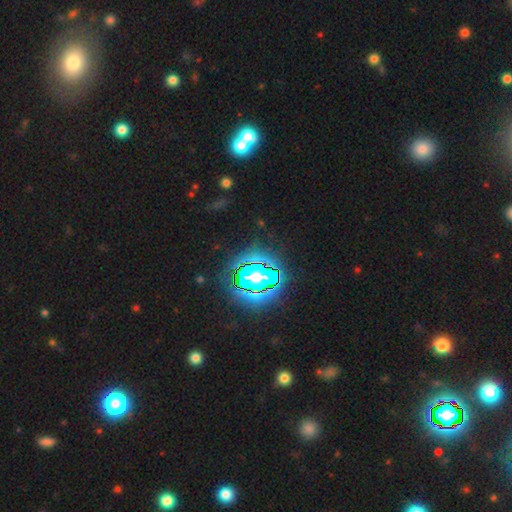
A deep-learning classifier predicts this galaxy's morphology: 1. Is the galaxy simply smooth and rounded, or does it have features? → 81% star or artifact, 12% smooth, 7% featured or disk.